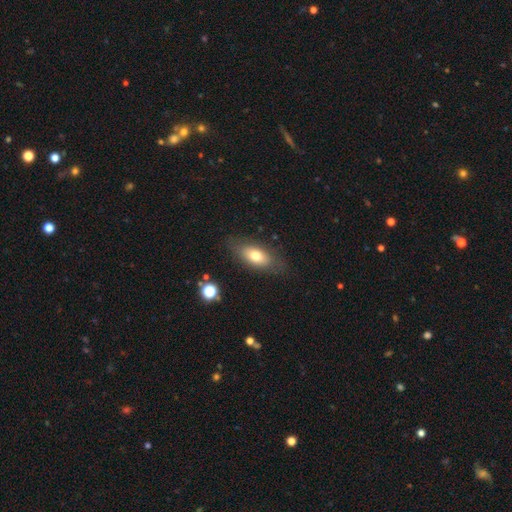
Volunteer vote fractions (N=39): Smooth or featured?
  - smooth: 67% *
  - featured or disk: 26%
  - star or artifact: 8%
How rounded?
  - in between: 92% *
  - round: 4%
  - cigar-shaped: 4%
Merging?
  - none: 78% *
  - major disturbance: 11%
  - minor disturbance: 8%
  - merger: 3%